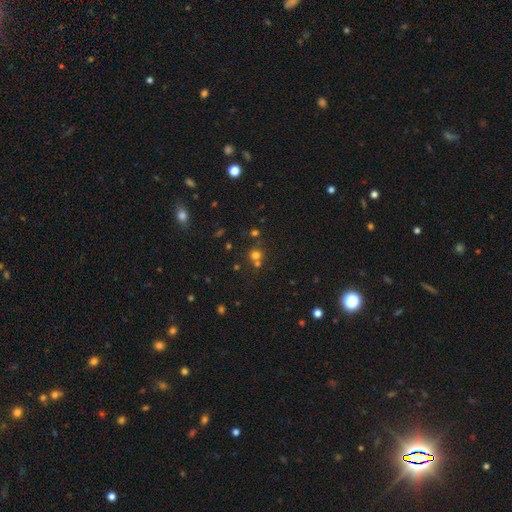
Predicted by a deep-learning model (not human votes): This is likely a smooth galaxy (62%). How rounded: clearly round (89%). Merging: likely none (60%).